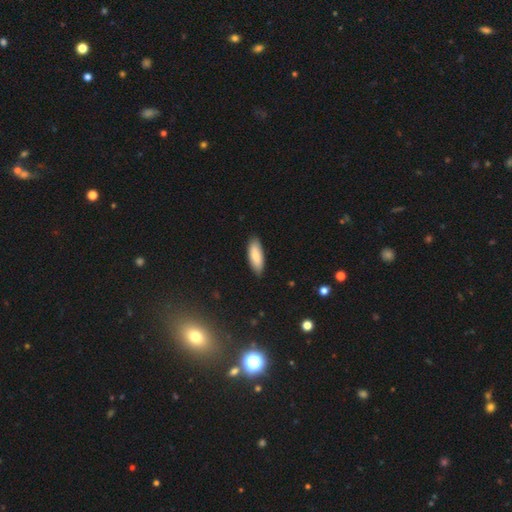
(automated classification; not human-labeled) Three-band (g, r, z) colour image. It shows a smooth galaxy with no disk features (84%) that is in between round and cigar-shaped (71%). Merging: none (85%).